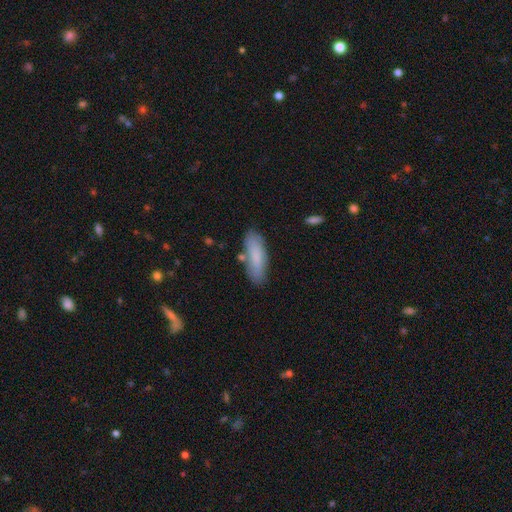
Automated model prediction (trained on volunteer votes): Smooth or featured? smooth (80%)
How rounded? in between (54%)
Merging? none (78%)